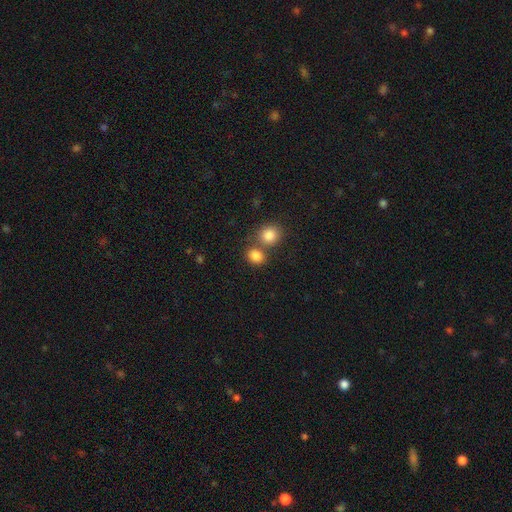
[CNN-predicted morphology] smooth-or-featured: smooth: 84% | star or artifact: 10% | featured or disk: 6%
  how-rounded: round: 59% | in between: 40% | cigar-shaped: 1%
  merging: none: 52% | merger: 36% | minor disturbance: 9% | major disturbance: 4%